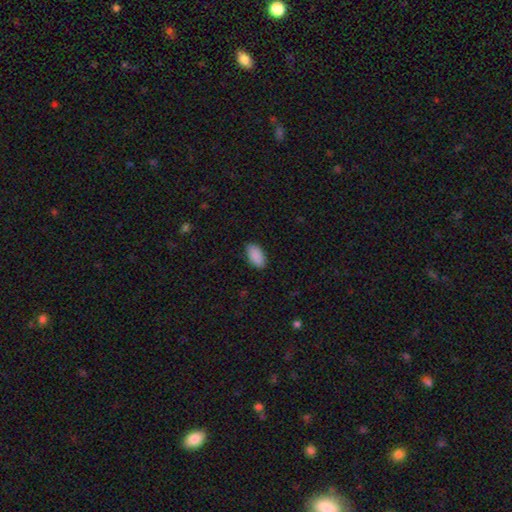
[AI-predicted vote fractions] Morphology: type=smooth (90%); roundness=in between (94%); merging=none (86%).